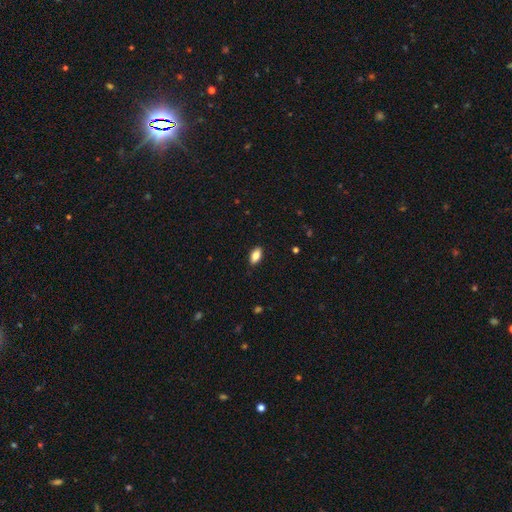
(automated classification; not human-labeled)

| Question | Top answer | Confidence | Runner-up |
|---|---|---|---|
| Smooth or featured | smooth | 83% | featured or disk (10%) |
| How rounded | in between | 90% | cigar-shaped (6%) |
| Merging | none | 88% | minor disturbance (9%) |